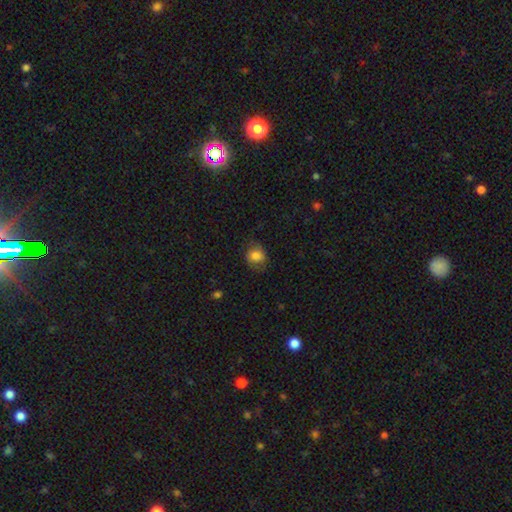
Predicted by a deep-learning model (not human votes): Smooth or featured? smooth (79%)
How rounded? round (63%)
Merging? none (69%)